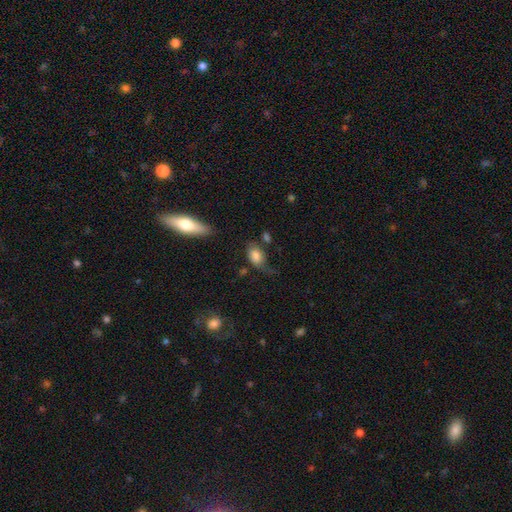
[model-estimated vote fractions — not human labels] smooth_or_featured: smooth (p=0.78) [alt: featured or disk p=0.13]
how_rounded: in between (p=0.84) [alt: round p=0.14]
merging: none (p=0.42) [alt: minor disturbance p=0.31]